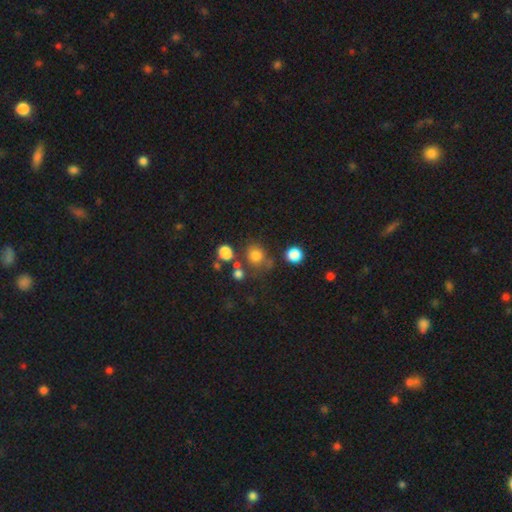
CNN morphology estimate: Smooth or featured? smooth (76%)
How rounded? round (78%)
Merging? none (68%)